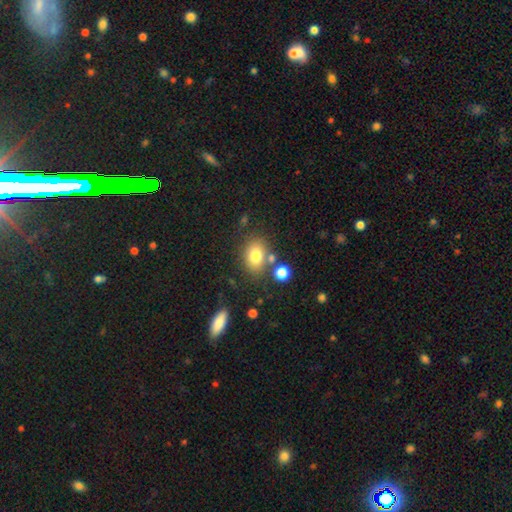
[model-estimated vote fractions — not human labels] Smooth or featured: smooth — 78% (featured or disk — 12%)
How rounded: in between — 70% (round — 28%)
Merging: none — 68% (minor disturbance — 14%)